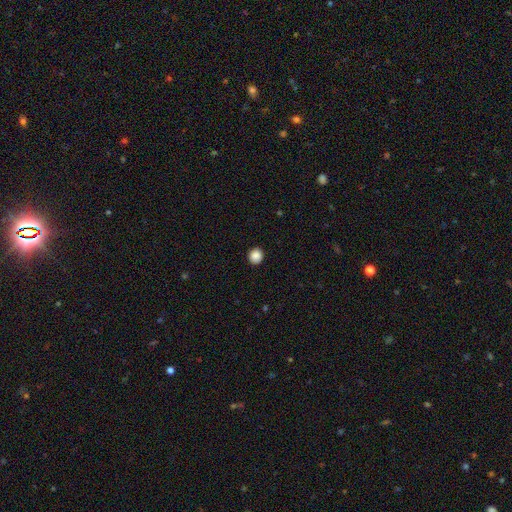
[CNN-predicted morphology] A smooth galaxy with no disk features (88%) that is round (92%). Merging: none (93%).